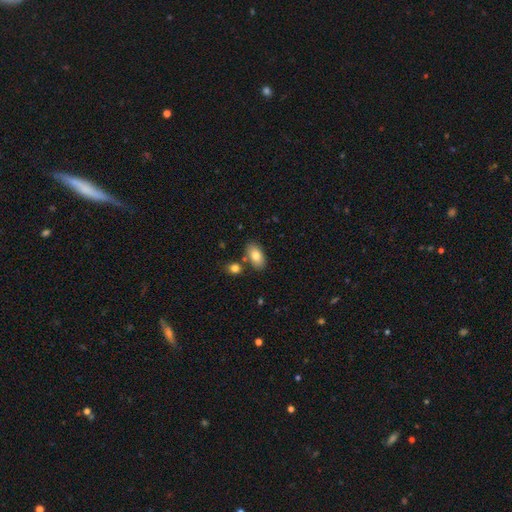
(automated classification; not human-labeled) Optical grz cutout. It shows a smooth galaxy with no disk features (80%) that is in between round and cigar-shaped (93%). Merging: none (75%).